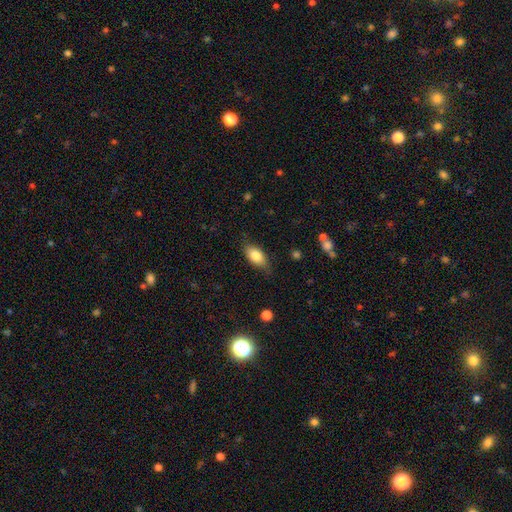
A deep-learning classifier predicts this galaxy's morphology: The model was most divided on "merging": none: 75%, minor disturbance: 20%, major disturbance: 4%, merger: 1%. More confident: how rounded — in between (88%); smooth or featured — smooth (80%).